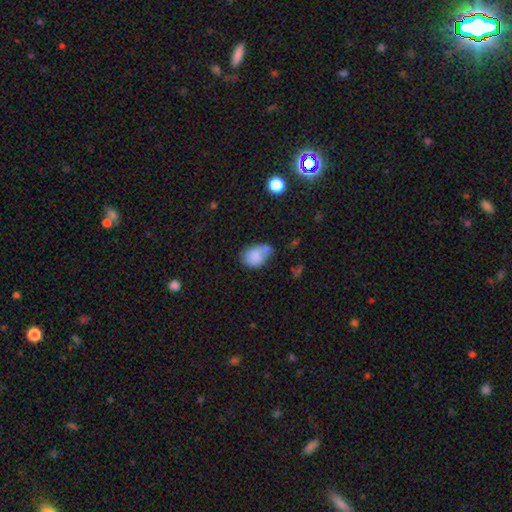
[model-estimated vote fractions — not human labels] Smooth or featured: smooth — 79% (featured or disk — 12%)
How rounded: in between — 65% (round — 34%)
Merging: none — 32% (merger — 28%)